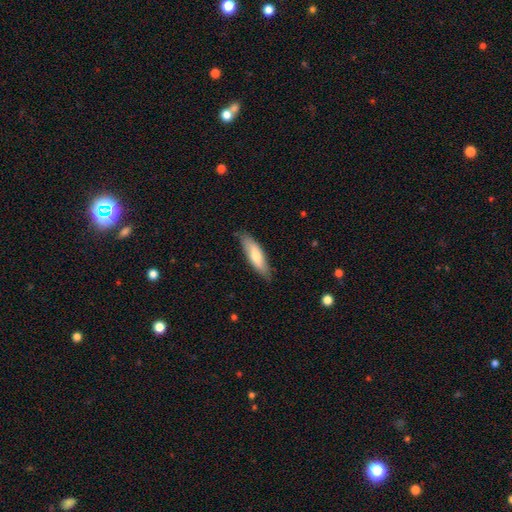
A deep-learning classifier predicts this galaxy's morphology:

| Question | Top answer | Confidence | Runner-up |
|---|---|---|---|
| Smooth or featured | smooth | 68% | featured or disk (26%) |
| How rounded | cigar-shaped | 59% | in between (40%) |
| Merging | none | 82% | minor disturbance (15%) |